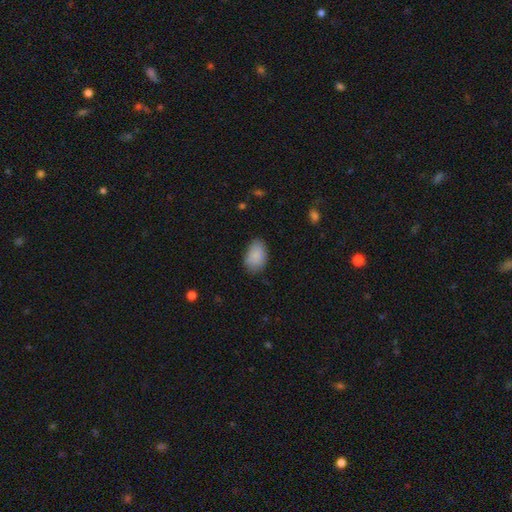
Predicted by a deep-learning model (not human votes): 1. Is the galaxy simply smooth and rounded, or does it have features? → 88% smooth, 7% star or artifact, 5% featured or disk.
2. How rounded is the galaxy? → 88% in between, 11% round, 1% cigar-shaped.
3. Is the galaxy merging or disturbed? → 78% none, 17% minor disturbance, 4% major disturbance, 1% merger.